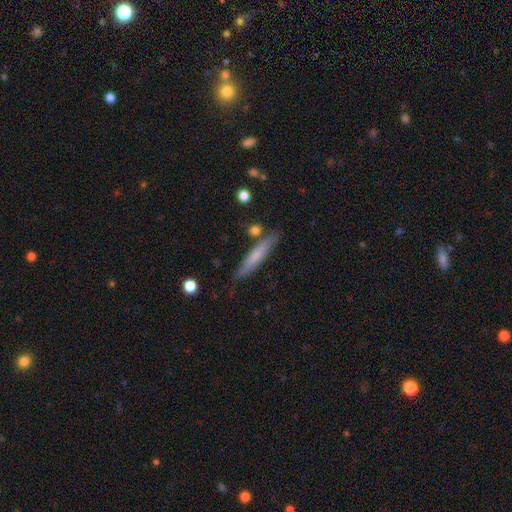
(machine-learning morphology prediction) Overall: smooth (63%; featured or disk 31%). How rounded: cigar-shaped (92%). Merging: none (80%).